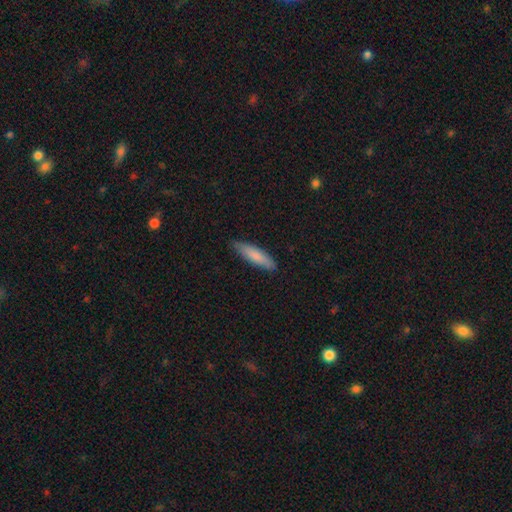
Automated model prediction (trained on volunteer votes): smooth-or-featured: smooth: 81% | featured or disk: 14% | star or artifact: 5%
  how-rounded: cigar-shaped: 71% | in between: 28% | round: 1%
  merging: none: 85% | minor disturbance: 12% | major disturbance: 2% | merger: 1%